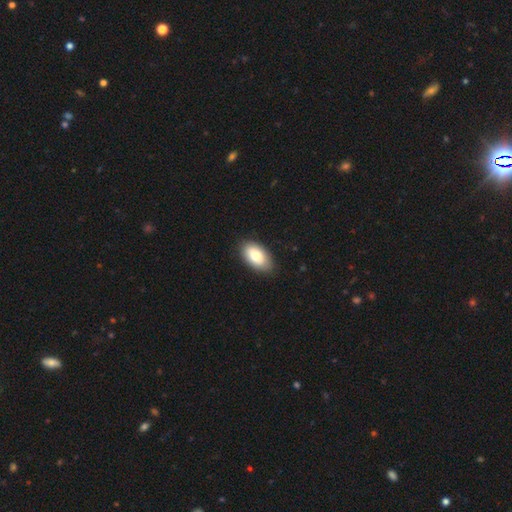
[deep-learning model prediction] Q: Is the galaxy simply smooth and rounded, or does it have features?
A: smooth — 82%.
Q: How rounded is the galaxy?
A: in between — 94%.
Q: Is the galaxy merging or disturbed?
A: none — 86%.